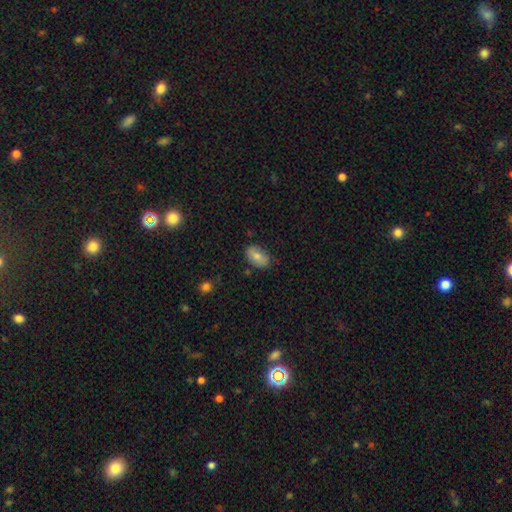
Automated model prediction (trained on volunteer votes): Q: Smooth or featured?
A: smooth (74%); runner-up: featured or disk (18%)
Q: How rounded?
A: in between (91%); runner-up: round (7%)
Q: Merging?
A: none (76%); runner-up: minor disturbance (19%)